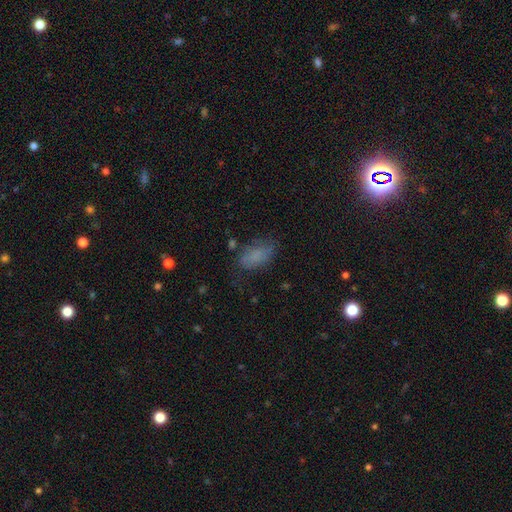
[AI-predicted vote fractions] A smooth galaxy with no disk features (73%) that is in between round and cigar-shaped (90%).

Vote fractions:
- Smooth or featured? smooth: 73% / featured or disk: 15% / star or artifact: 13%
- How rounded? in between: 90% / round: 5% / cigar-shaped: 5%
- Merging? none: 58% / minor disturbance: 25% / major disturbance: 14% / merger: 3%